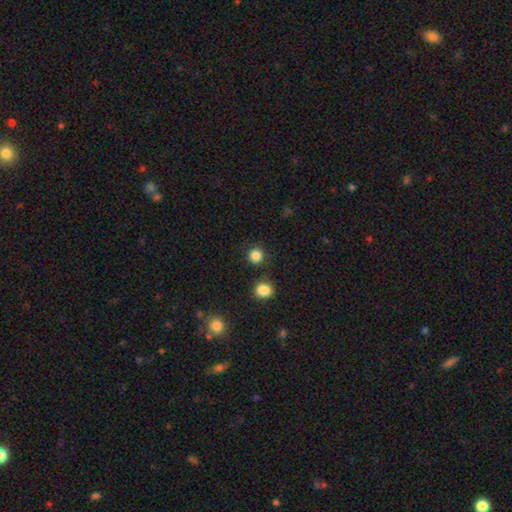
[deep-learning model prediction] smooth 85%, star or artifact 12%, featured or disk 4%. Down the decision tree: how rounded — round (92%); merging — none (86%).